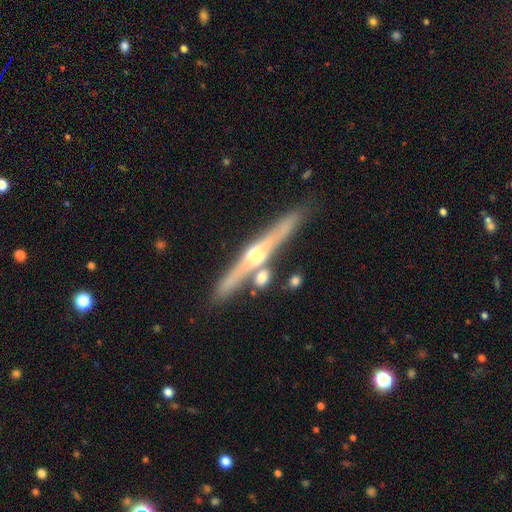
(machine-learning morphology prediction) Q: Smooth or featured?
A: featured or disk (76%); runner-up: smooth (18%)
Q: Edge-on disk?
A: yes (97%); runner-up: no (3%)
Q: Edge-on bulge?
A: rounded (92%); runner-up: boxy (4%)
Q: Merging?
A: none (78%); runner-up: merger (10%)